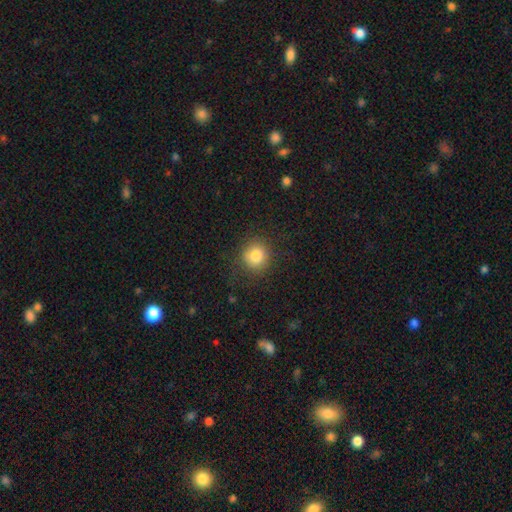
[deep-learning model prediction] Q: Smooth or featured?
A: smooth (82%); runner-up: star or artifact (11%)
Q: How rounded?
A: round (89%); runner-up: in between (10%)
Q: Merging?
A: none (83%); runner-up: minor disturbance (11%)